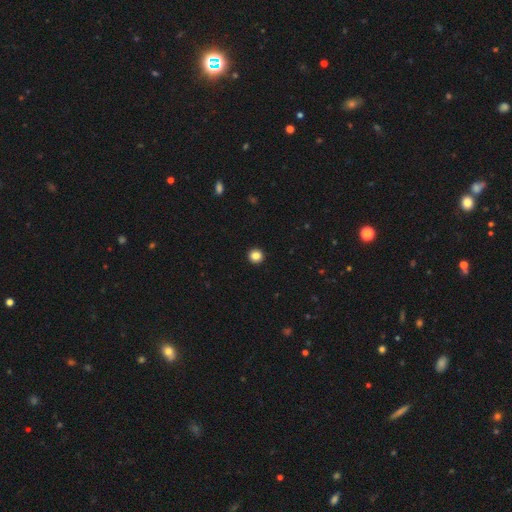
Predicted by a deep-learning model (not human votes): This is clearly a smooth galaxy (85%). How rounded: clearly round (94%). Merging: clearly none (94%).